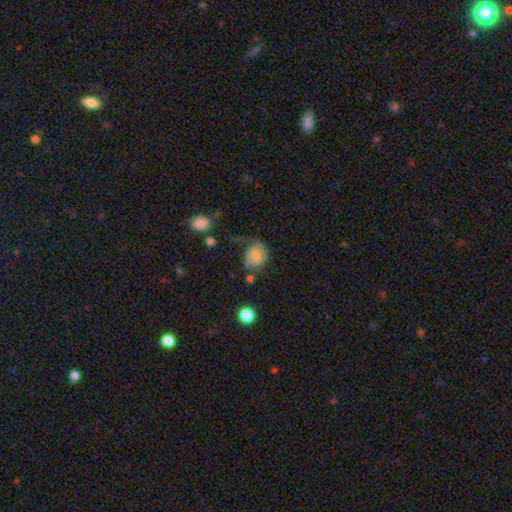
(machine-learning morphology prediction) Smooth or featured?
  - featured or disk: 52% *
  - smooth: 39%
  - star or artifact: 9%
Edge-on disk?
  - no: 97% *
  - yes: 3%
Bar?
  - no: 64% *
  - weak: 30%
  - strong: 5%
Spiral arms?
  - yes: 87% *
  - no: 13%
Bulge size?
  - small: 48% *
  - moderate: 34%
  - none: 12%
  - large: 4%
  - dominant: 2%
Merging?
  - none: 48% *
  - minor disturbance: 28%
  - major disturbance: 18%
  - merger: 6%